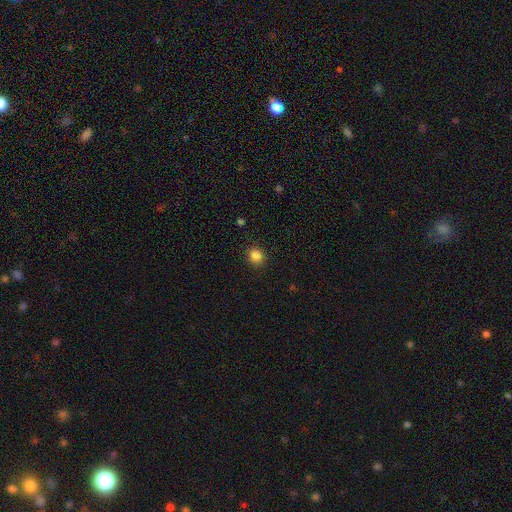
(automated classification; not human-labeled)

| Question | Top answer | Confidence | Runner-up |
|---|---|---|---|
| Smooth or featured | smooth | 86% | star or artifact (11%) |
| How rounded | round | 77% | in between (22%) |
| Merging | none | 89% | minor disturbance (7%) |